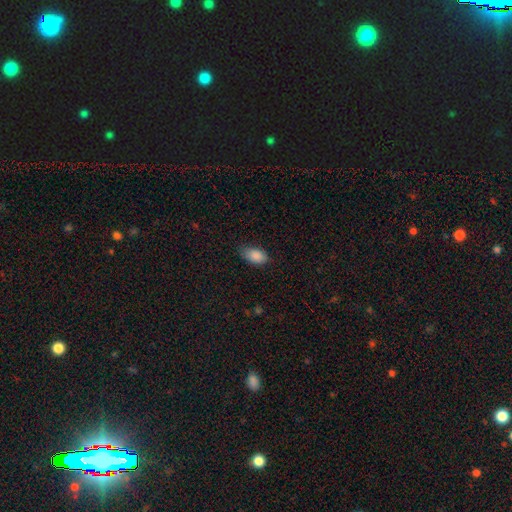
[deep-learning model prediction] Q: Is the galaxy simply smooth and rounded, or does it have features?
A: smooth — 88%.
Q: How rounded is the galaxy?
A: in between — 93%.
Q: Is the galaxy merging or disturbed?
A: none — 72%.